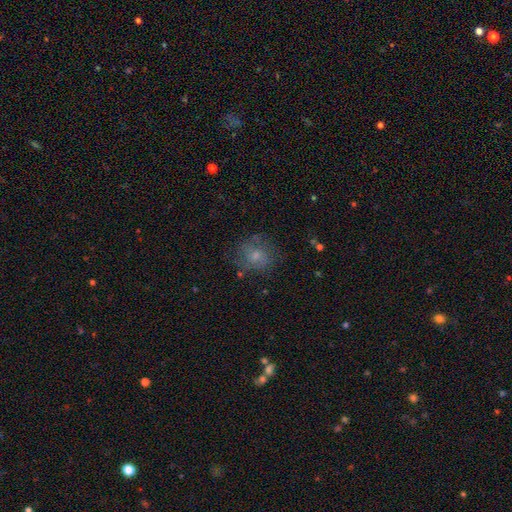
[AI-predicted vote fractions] Smooth or featured? Predicted: smooth (p=0.52). How rounded? Predicted: round (p=0.72). Merging? Predicted: none (p=0.66).